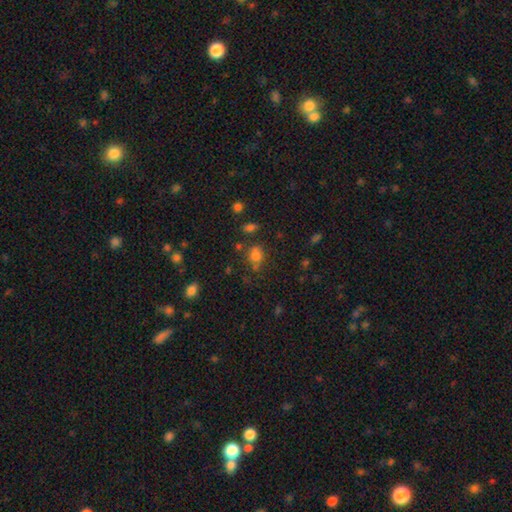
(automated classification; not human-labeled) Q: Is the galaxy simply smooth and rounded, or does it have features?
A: smooth — 73%.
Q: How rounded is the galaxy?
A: in between — 50%.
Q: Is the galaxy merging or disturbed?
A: none — 61%.